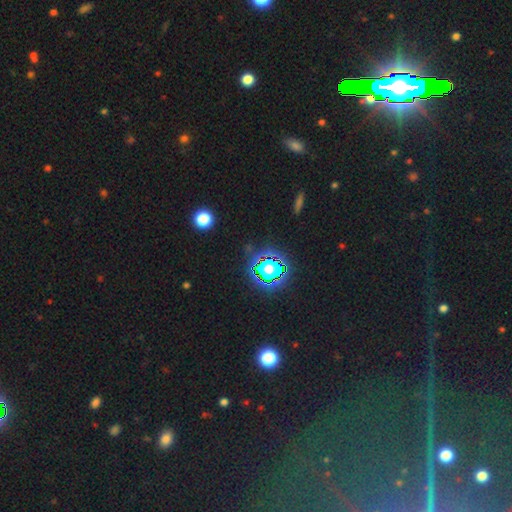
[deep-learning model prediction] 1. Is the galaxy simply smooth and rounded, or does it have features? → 81% star or artifact, 11% smooth, 8% featured or disk.